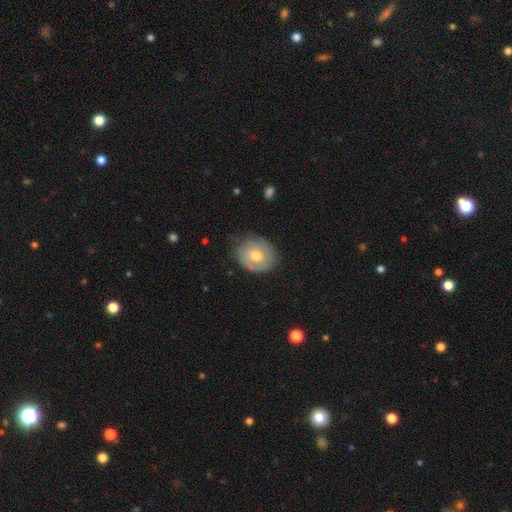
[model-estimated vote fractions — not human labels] smooth-or-featured: smooth: 49% | featured or disk: 45% | star or artifact: 6%
  merging: none: 71% | minor disturbance: 22% | major disturbance: 6% | merger: 1%